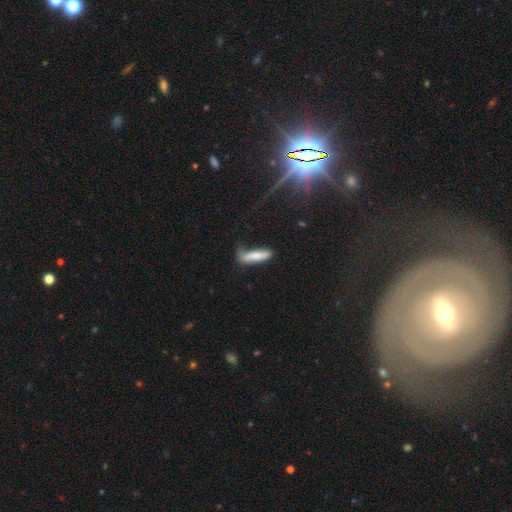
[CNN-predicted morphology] Smooth or featured: smooth — 74% (featured or disk — 20%)
How rounded: cigar-shaped — 72% (in between — 26%)
Merging: none — 52% (minor disturbance — 31%)